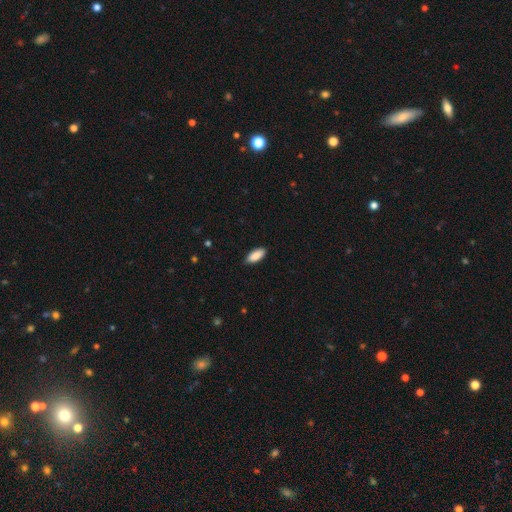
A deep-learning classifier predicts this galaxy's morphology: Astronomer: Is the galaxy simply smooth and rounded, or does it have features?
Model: smooth — 89%.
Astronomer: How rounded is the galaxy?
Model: in between — 85%.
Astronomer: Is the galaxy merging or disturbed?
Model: none — 88%.